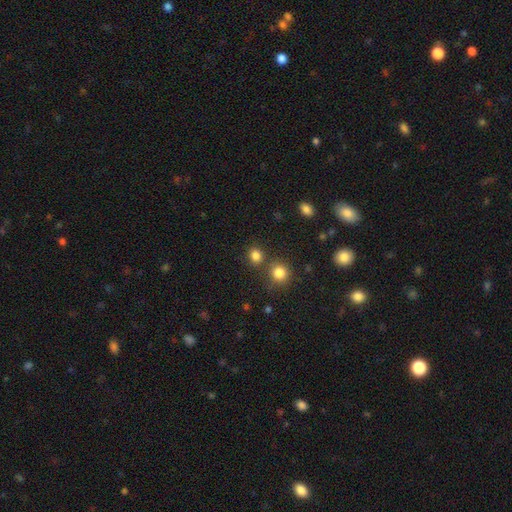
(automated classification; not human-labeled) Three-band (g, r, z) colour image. It shows a smooth galaxy with no disk features (82%) that is round (73%). Merging: none (72%).